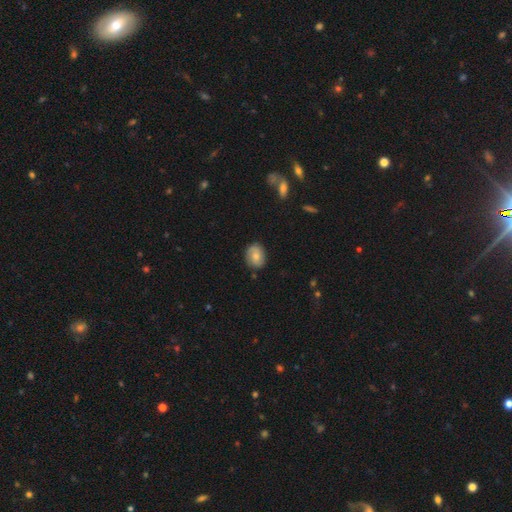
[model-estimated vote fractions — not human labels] Overall: smooth (65%; featured or disk 27%). How rounded: in between (51%; round 48%). Merging: none (80%).